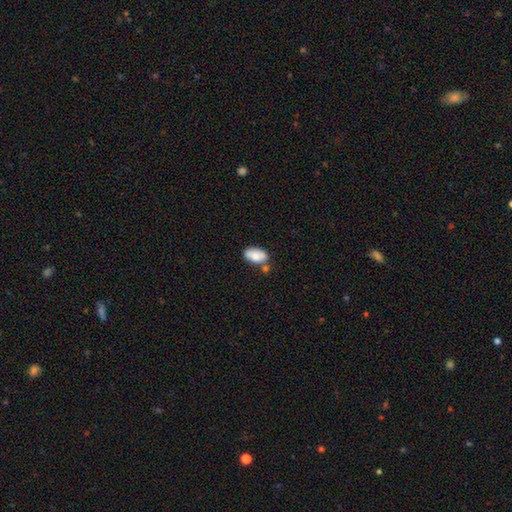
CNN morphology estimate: smooth 76%, featured or disk 17%, star or artifact 7%. Down the decision tree: how rounded — in between (93%); merging — none (61%).